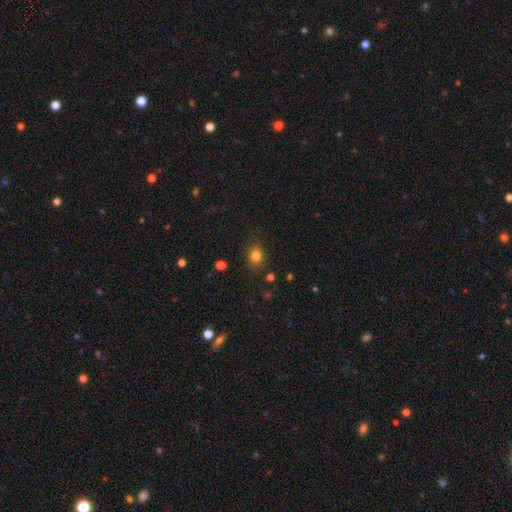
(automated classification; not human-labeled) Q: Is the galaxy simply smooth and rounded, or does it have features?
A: smooth — 81%.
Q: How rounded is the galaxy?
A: round — 55%.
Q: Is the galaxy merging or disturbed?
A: none — 82%.